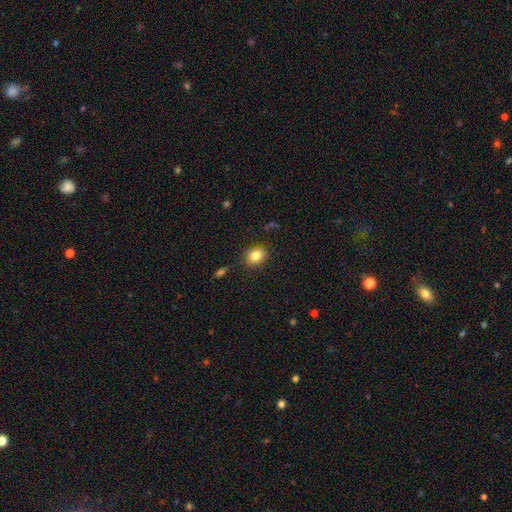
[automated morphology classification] type=smooth (82%); roundness=round (50%); merging=none (85%).